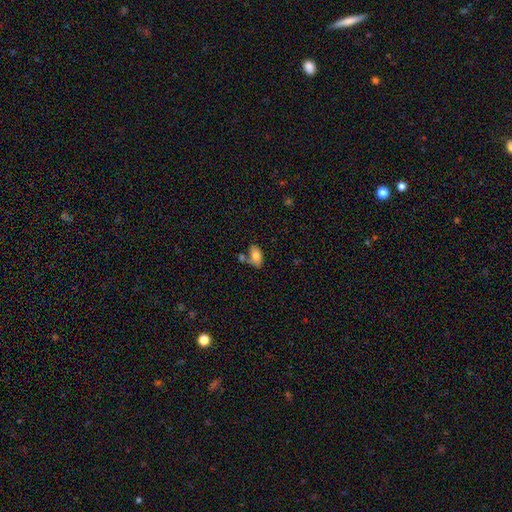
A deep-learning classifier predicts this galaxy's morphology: This appears to be a smooth galaxy with no disk features (78%) that is in between round and cigar-shaped (92%). Merging: none (53%).